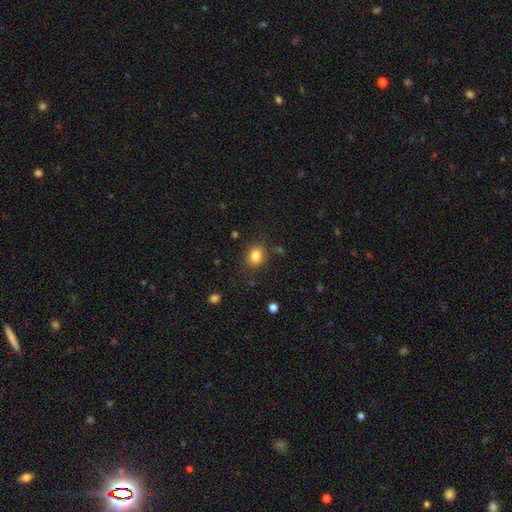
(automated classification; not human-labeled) Overall: smooth (83%). How rounded: round (60%; in between 39%). Merging: none (82%).